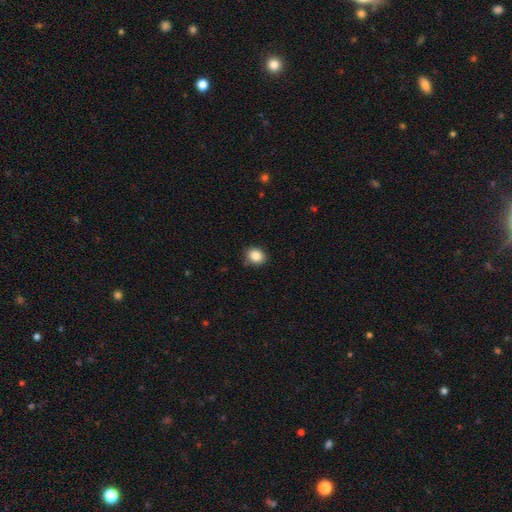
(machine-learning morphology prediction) smooth_or_featured: smooth (p=0.86) [alt: star or artifact p=0.09]
how_rounded: round (p=0.58) [alt: in between p=0.41]
merging: none (p=0.83) [alt: minor disturbance p=0.12]